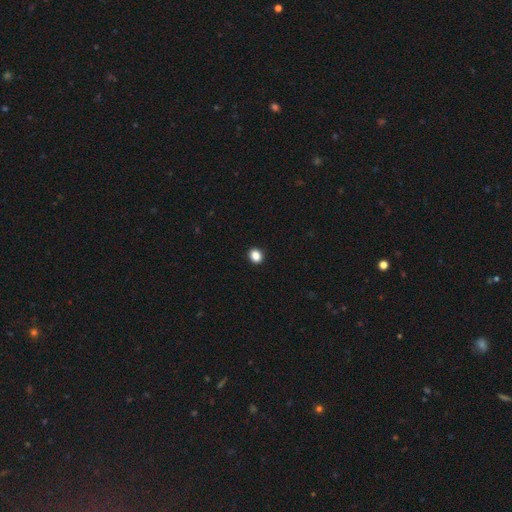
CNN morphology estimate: A smooth galaxy with no disk features (86%) that is round (68%). Merging: none (93%).